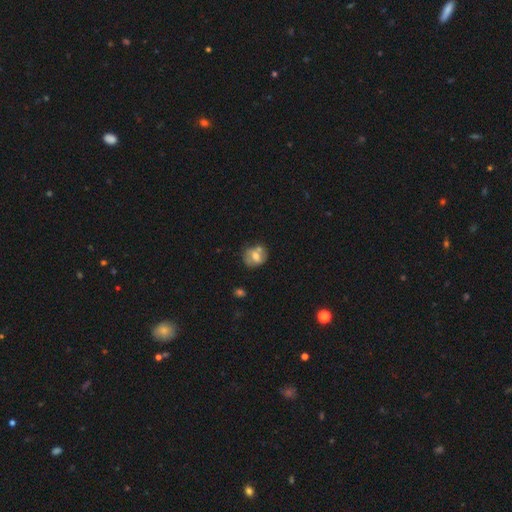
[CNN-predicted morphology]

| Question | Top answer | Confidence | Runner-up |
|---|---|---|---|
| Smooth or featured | smooth | 54% | featured or disk (37%) |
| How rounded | round | 67% | in between (32%) |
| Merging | none | 54% | merger (20%) |